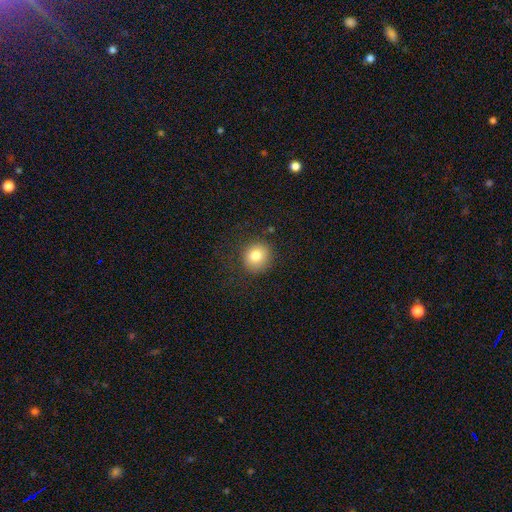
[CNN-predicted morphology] A smooth galaxy with no disk features (80%) that is round (87%).

Vote fractions:
- Smooth or featured? smooth: 80% / star or artifact: 10% / featured or disk: 9%
- How rounded? round: 87% / in between: 12% / cigar-shaped: 1%
- Merging? none: 84% / minor disturbance: 10% / major disturbance: 4% / merger: 1%